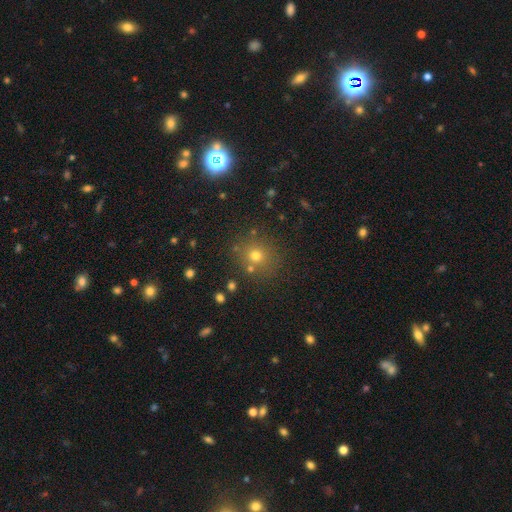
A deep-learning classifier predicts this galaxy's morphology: A smooth galaxy with no disk features (68%) that is round (88%). Merging: none (79%).